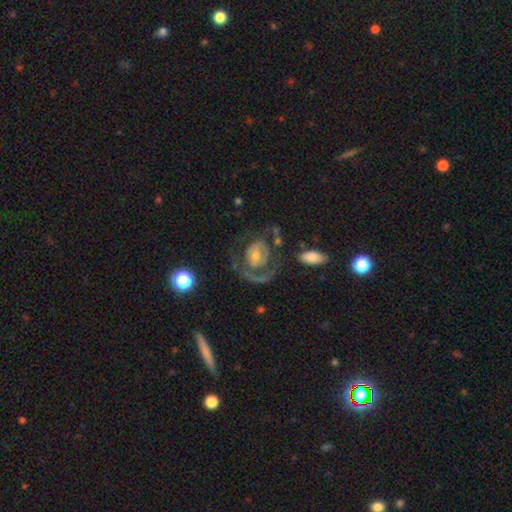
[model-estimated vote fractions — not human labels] smooth-or-featured: featured or disk: 73% | smooth: 20% | star or artifact: 6%
  disk-edge-on: no: 96% | yes: 4%
    bar: no: 70% | weak: 23% | strong: 8%
    has-spiral-arms: yes: 63% | no: 37%
    bulge-size: small: 46% | moderate: 44% | large: 5% | none: 3% | dominant: 2%
  merging: none: 48% | major disturbance: 31% | minor disturbance: 16% | merger: 4%